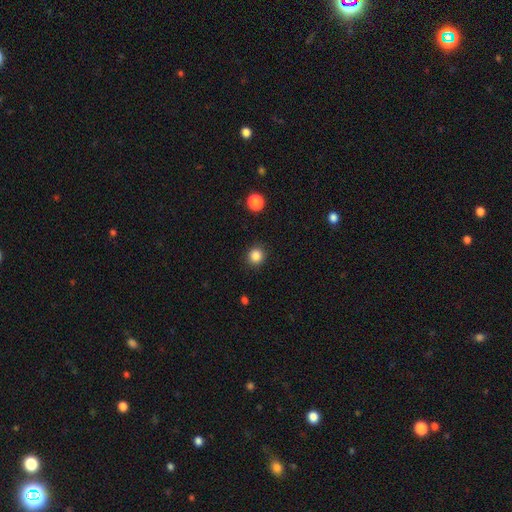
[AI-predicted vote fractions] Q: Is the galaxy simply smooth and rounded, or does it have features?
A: smooth — 85%.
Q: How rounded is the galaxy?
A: round — 91%.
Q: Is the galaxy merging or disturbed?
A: none — 90%.